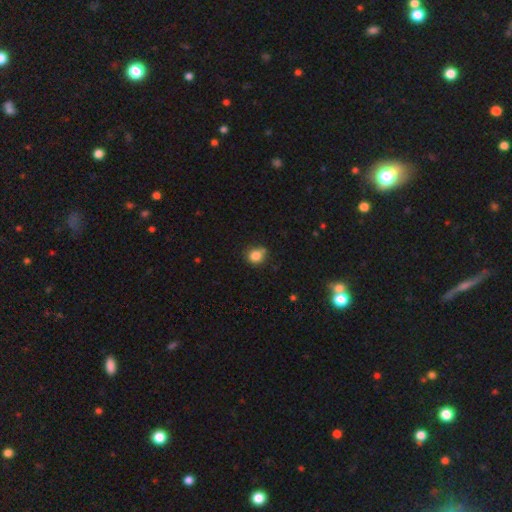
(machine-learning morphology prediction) The model was most divided on "merging": none: 68%, minor disturbance: 21%, merger: 6%, major disturbance: 4%. More confident: smooth or featured — smooth (83%); how rounded — round (78%).